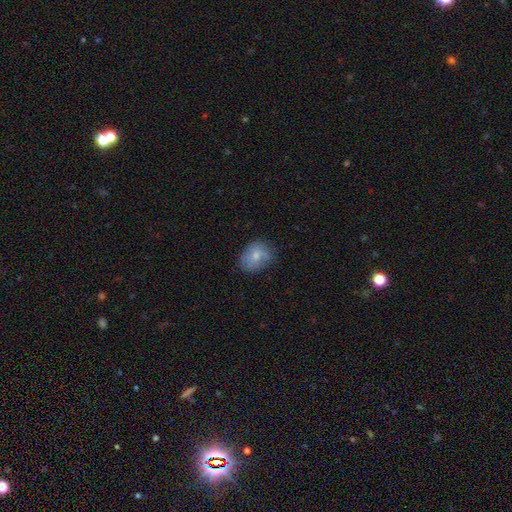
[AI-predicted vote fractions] Smooth or featured: smooth — 69% (featured or disk — 22%)
How rounded: in between — 52% (round — 47%)
Merging: none — 64% (minor disturbance — 27%)